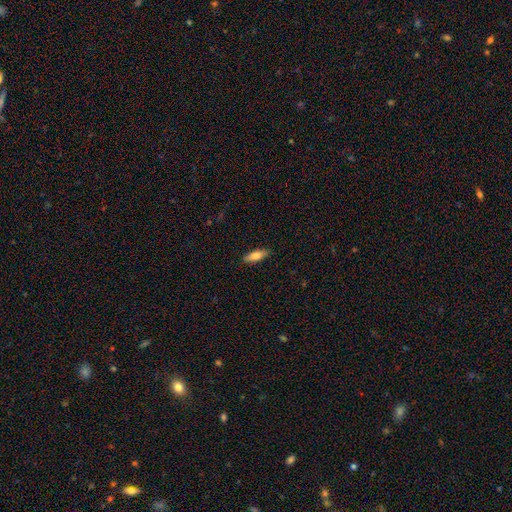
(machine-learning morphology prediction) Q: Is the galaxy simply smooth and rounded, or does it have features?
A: smooth — 77%.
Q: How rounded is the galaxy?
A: in between — 57%.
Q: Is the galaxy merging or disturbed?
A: none — 87%.